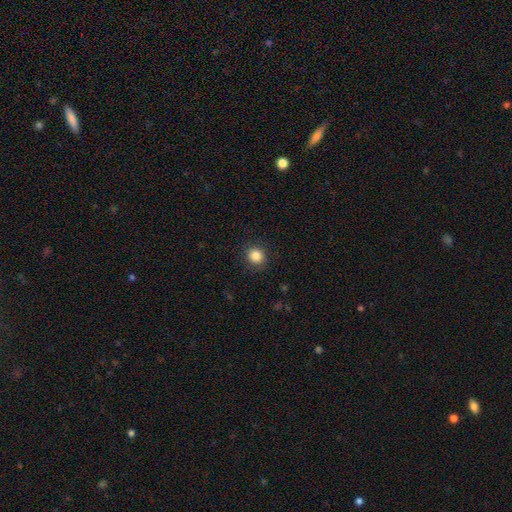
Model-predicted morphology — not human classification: smooth_or_featured: smooth (p=0.85) [alt: star or artifact p=0.10]
how_rounded: round (p=0.88) [alt: in between p=0.11]
merging: none (p=0.90) [alt: minor disturbance p=0.07]